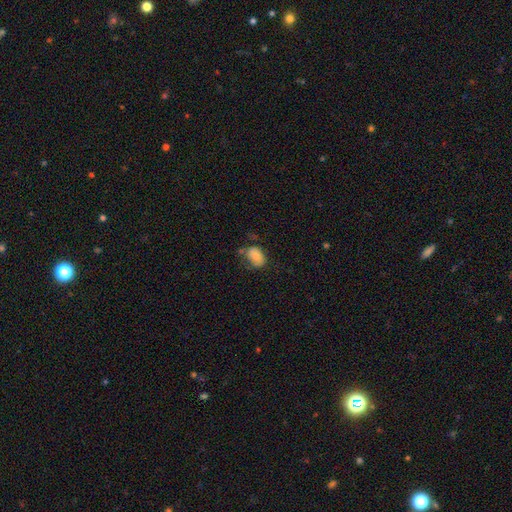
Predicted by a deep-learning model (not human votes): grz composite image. It shows a smooth galaxy with no disk features (81%) that is in between round and cigar-shaped (81%). Merging: none (50%).